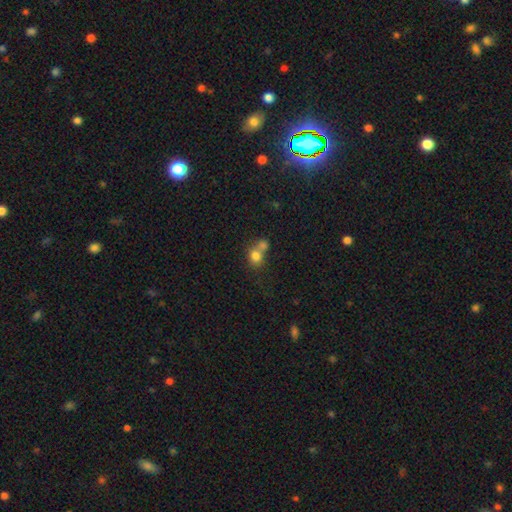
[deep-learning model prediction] Smooth or featured? smooth (78%)
How rounded? round (70%)
Merging? merger (57%)